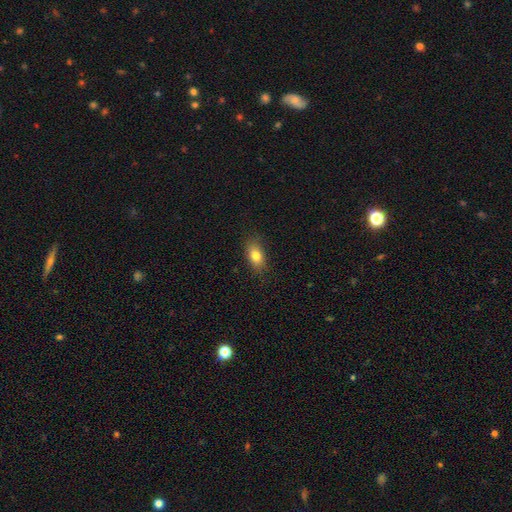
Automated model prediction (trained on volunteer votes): Smooth or featured: smooth — 81% (featured or disk — 11%)
How rounded: in between — 84% (round — 11%)
Merging: none — 83% (minor disturbance — 13%)